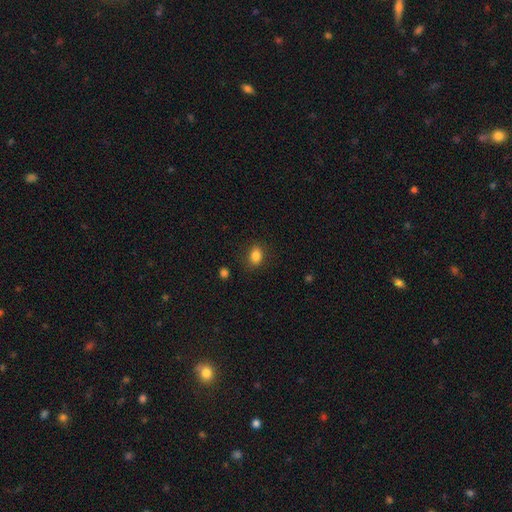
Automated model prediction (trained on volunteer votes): Smooth or featured? smooth (84%)
How rounded? in between (72%)
Merging? none (83%)